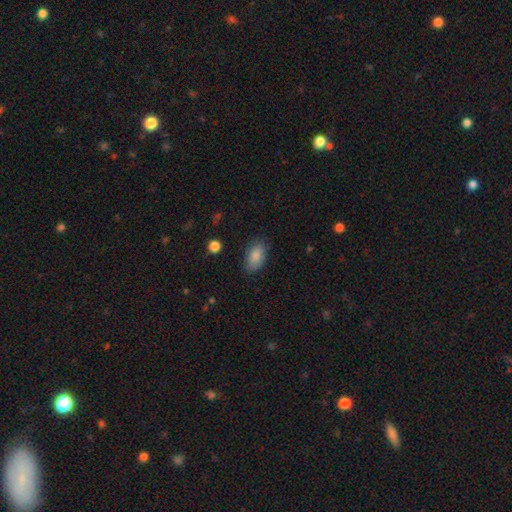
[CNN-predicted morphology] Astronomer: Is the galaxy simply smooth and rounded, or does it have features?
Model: smooth — 86%.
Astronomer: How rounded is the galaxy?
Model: in between — 93%.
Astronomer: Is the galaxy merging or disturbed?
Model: none — 77%.